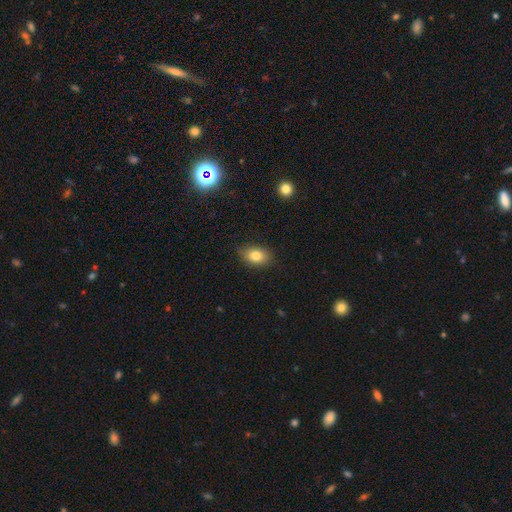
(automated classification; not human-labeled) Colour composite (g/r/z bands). It shows a smooth galaxy with no disk features (81%) that is in between round and cigar-shaped (78%). Merging: none (81%).